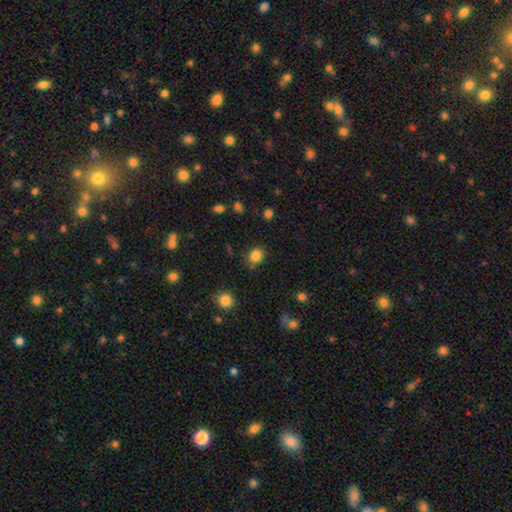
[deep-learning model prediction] This is clearly a smooth galaxy (84%). How rounded: likely round (65%). Merging: likely none (79%).